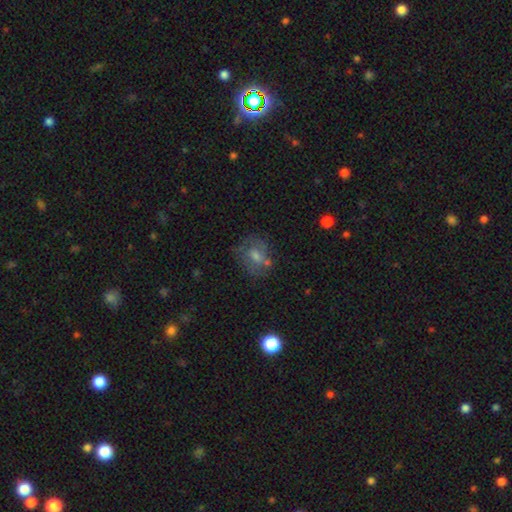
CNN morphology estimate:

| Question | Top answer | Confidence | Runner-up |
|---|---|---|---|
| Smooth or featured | featured or disk | 44% | smooth (41%) |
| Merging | none | 57% | minor disturbance (21%) |